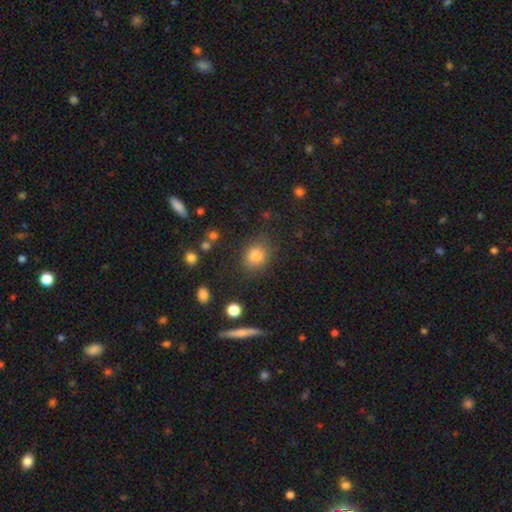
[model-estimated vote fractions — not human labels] Q: Smooth or featured?
A: smooth (80%); runner-up: star or artifact (12%)
Q: How rounded?
A: round (63%); runner-up: in between (36%)
Q: Merging?
A: none (80%); runner-up: minor disturbance (13%)